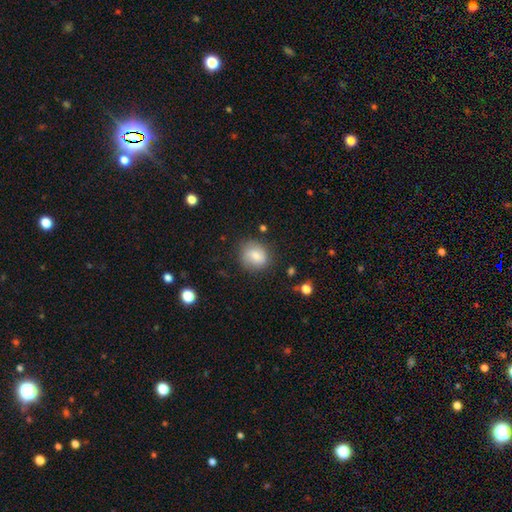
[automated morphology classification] Smooth or featured? smooth (78%)
How rounded? round (72%)
Merging? none (74%)